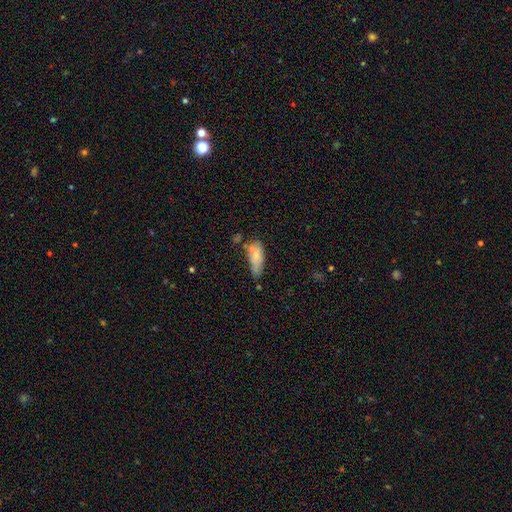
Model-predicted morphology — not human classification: A smooth galaxy with no disk features (69%) that is in between round and cigar-shaped (82%).

Vote fractions:
- Smooth or featured? smooth: 69% / featured or disk: 23% / star or artifact: 8%
- How rounded? in between: 82% / cigar-shaped: 14% / round: 3%
- Merging? minor disturbance: 37% / none: 31% / major disturbance: 16% / merger: 15%